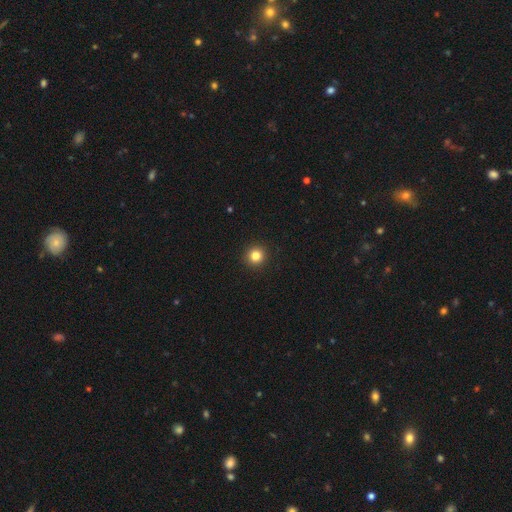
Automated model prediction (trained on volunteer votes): The model was most divided on "smooth or featured": smooth: 83%, star or artifact: 12%, featured or disk: 5%. More confident: how rounded — round (95%); merging — none (94%).